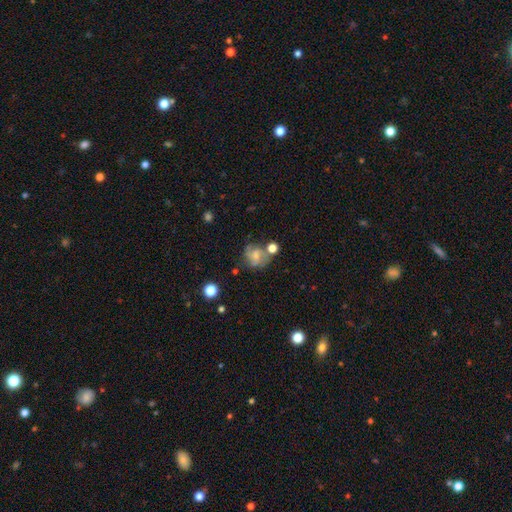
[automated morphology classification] A smooth galaxy with no disk features (47%). Merging: none (49%).